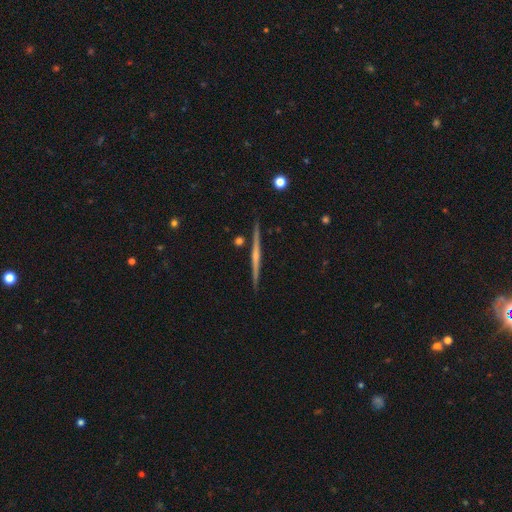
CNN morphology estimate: Overall: featured or disk (72%). Edge-on disk: yes (98%). Edge-on bulge: none (48%; rounded 42%). Merging: none (90%).